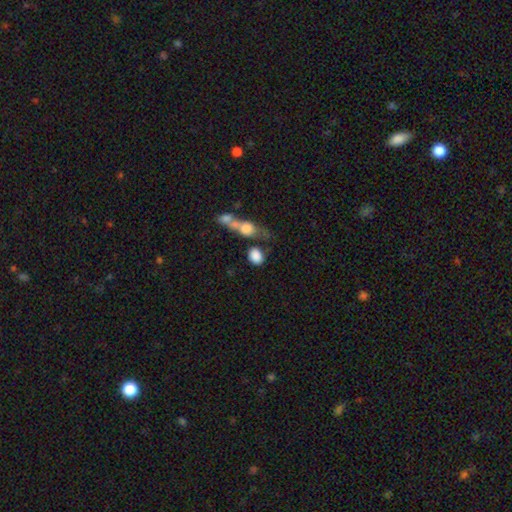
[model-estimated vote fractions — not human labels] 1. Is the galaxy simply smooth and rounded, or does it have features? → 82% smooth, 9% featured or disk, 8% star or artifact.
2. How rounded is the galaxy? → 55% in between, 41% round, 4% cigar-shaped.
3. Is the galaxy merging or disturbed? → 46% none, 29% merger, 15% minor disturbance, 11% major disturbance.